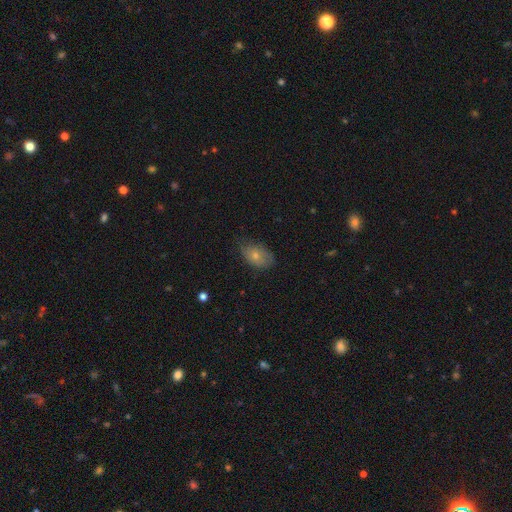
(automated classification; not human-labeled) Overall: smooth (73%). How rounded: in between (87%). Merging: none (58%; minor disturbance 33%).